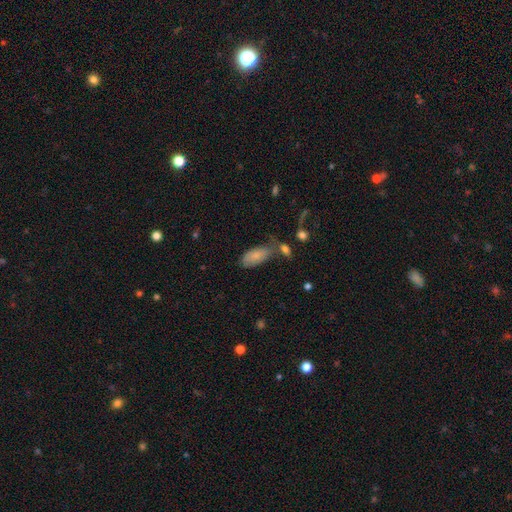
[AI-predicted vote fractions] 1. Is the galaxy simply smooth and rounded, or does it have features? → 79% smooth, 14% featured or disk, 7% star or artifact.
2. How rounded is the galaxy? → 90% in between, 8% cigar-shaped, 2% round.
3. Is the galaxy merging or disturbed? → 51% none, 27% minor disturbance, 13% merger, 10% major disturbance.